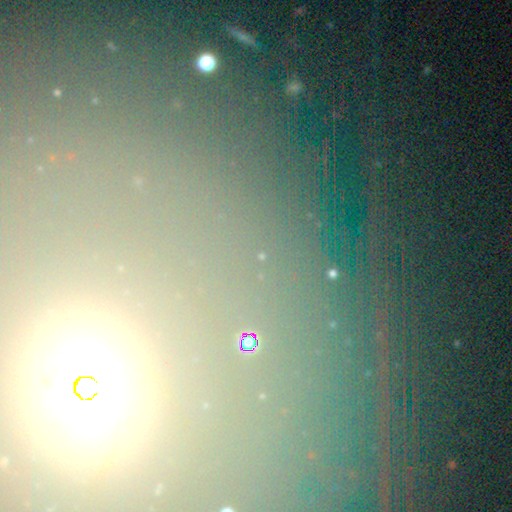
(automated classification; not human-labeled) star or artifact 64%, smooth 23%, featured or disk 14%.